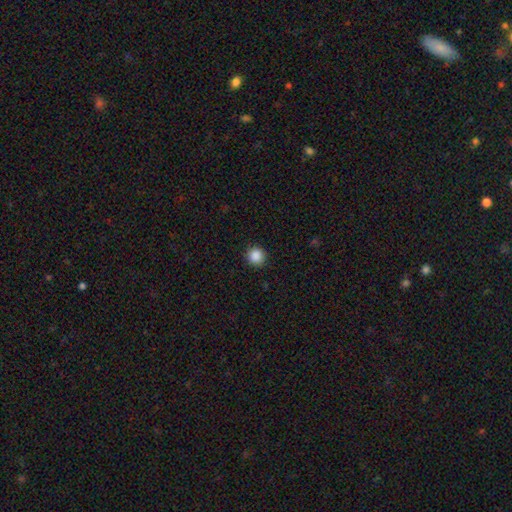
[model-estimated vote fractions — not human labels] smooth-or-featured: smooth: 88% | star or artifact: 9% | featured or disk: 3%
  how-rounded: round: 94% | in between: 5% | cigar-shaped: 1%
  merging: none: 92% | minor disturbance: 5% | major disturbance: 2% | merger: 1%